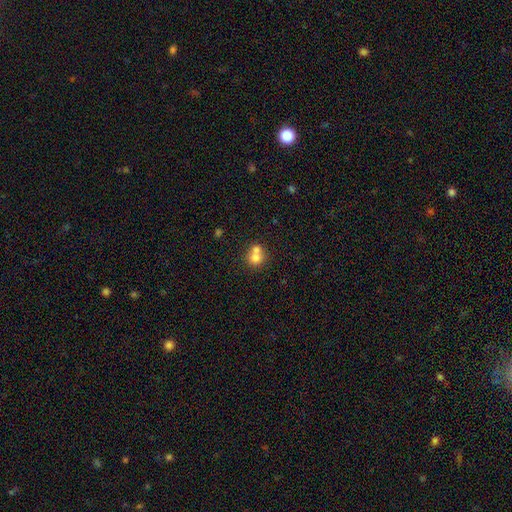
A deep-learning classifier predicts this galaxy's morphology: This is likely a smooth galaxy (72%). How rounded: likely round (80%). Merging: possibly merger (57%).